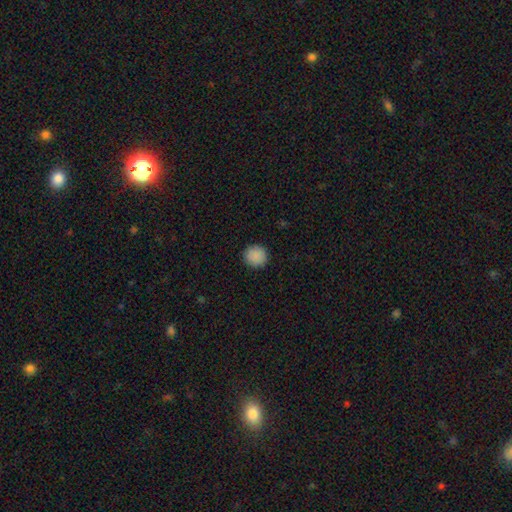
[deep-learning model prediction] Overall: smooth (89%). How rounded: round (93%). Merging: none (92%).